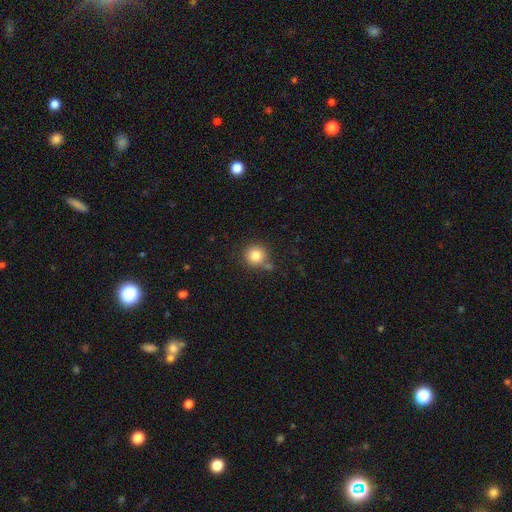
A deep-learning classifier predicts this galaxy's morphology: smooth 82%, star or artifact 11%, featured or disk 7%. Down the decision tree: how rounded — round (93%); merging — none (75%).